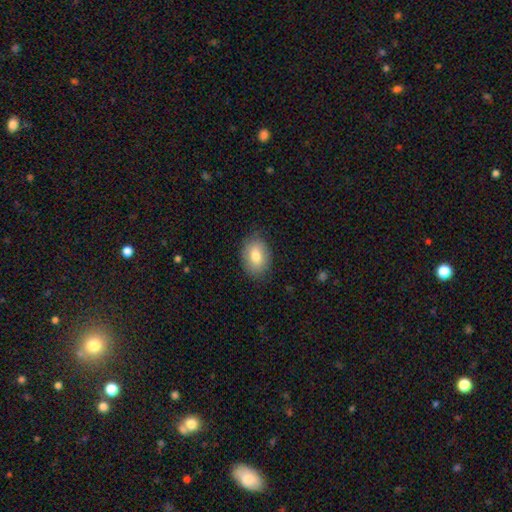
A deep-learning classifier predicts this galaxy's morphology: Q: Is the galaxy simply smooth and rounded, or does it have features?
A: smooth — 79%.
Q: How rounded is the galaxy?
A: in between — 77%.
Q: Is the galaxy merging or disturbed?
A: none — 82%.